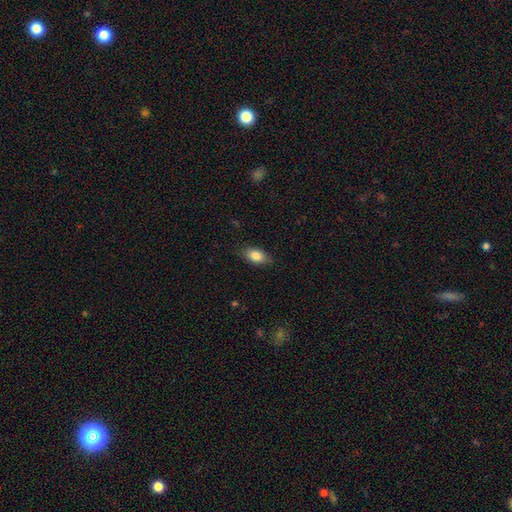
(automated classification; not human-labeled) The model was most divided on "merging": none: 83%, minor disturbance: 13%, major disturbance: 3%, merger: 1%. More confident: how rounded — in between (90%); smooth or featured — smooth (85%).